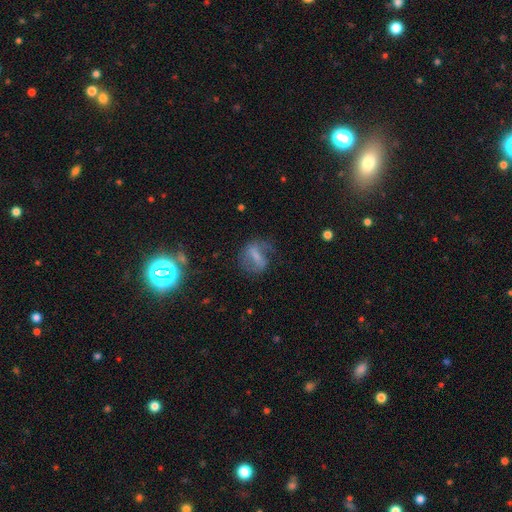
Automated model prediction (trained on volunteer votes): Smooth or featured: featured or disk — 51% (smooth — 37%)
Edge-on disk: no — 91% (yes — 9%)
Merging: none — 55% (minor disturbance — 22%)